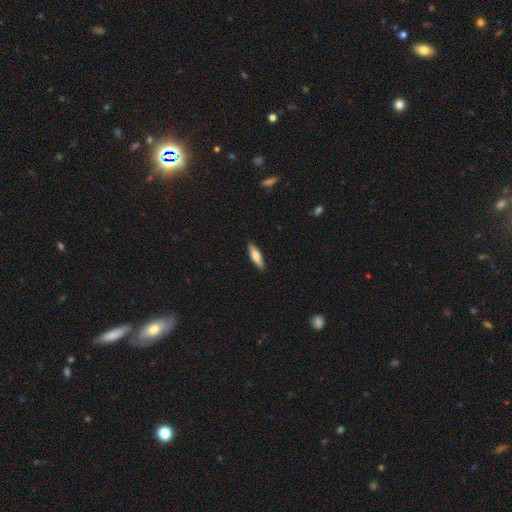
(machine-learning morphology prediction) The model was most divided on "how rounded": cigar-shaped: 63%, in between: 35%, round: 2%. More confident: merging — none (88%); smooth or featured — smooth (62%).